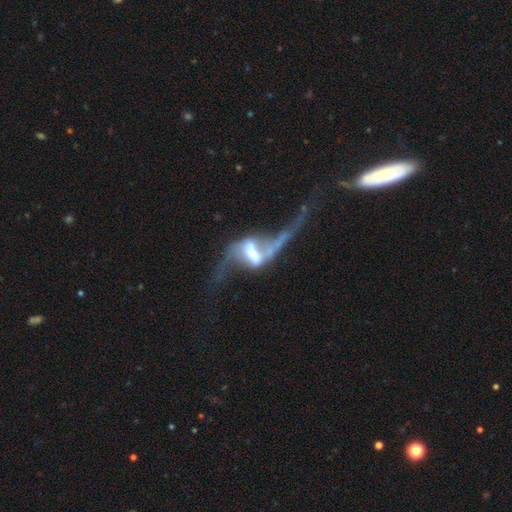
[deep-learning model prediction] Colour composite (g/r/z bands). It shows a featured or disk galaxy (83%) with a strong bar (48%), 2 (88%) loose (91%) spiral arms (83%) and a moderate central bulge (37%). Merging: merger (32%).